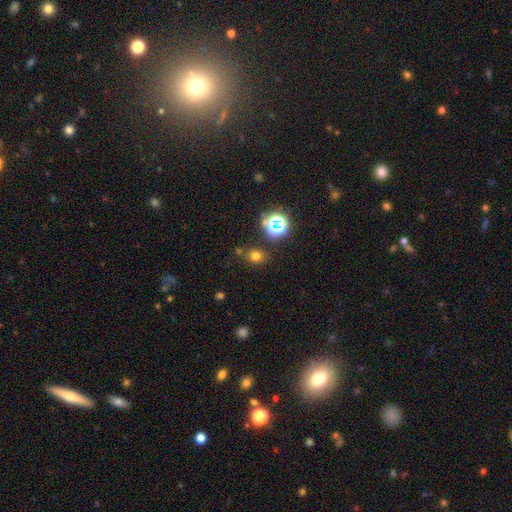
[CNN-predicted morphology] smooth_or_featured: smooth (p=0.68) [alt: star or artifact p=0.25]
how_rounded: round (p=0.69) [alt: in between p=0.30]
merging: none (p=0.79) [alt: minor disturbance p=0.11]